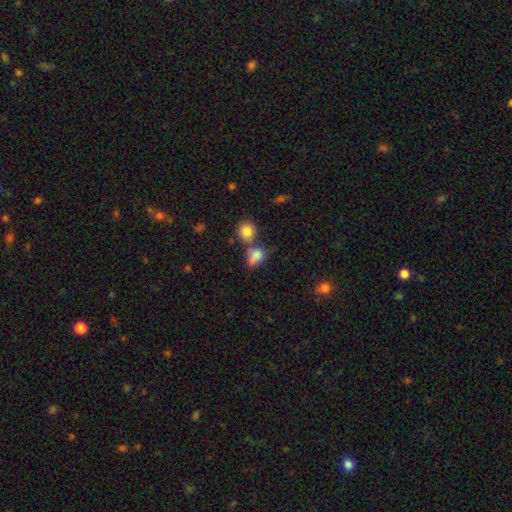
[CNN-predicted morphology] Smooth or featured: smooth — 80% (star or artifact — 11%)
How rounded: in between — 69% (round — 28%)
Merging: none — 37% (merger — 35%)